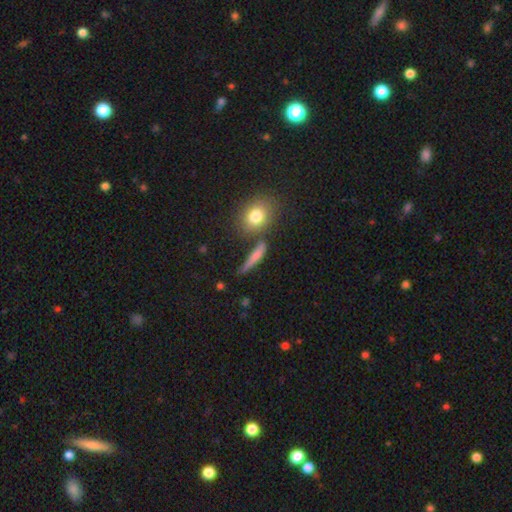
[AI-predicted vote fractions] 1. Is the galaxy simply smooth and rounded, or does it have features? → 64% smooth, 24% featured or disk, 12% star or artifact.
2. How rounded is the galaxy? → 71% cigar-shaped, 18% in between, 12% round.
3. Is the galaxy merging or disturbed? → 64% none, 17% minor disturbance, 11% merger, 8% major disturbance.